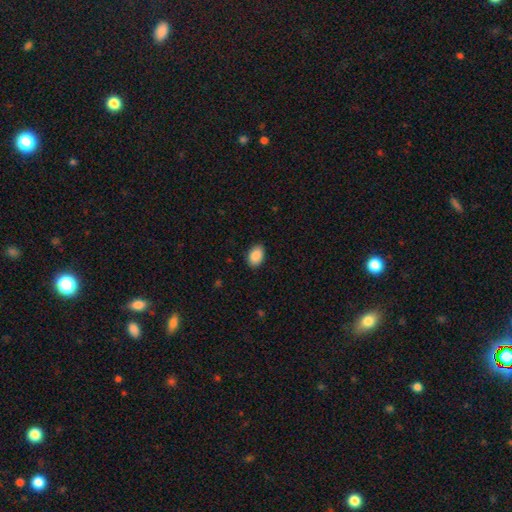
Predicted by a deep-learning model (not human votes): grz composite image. It shows a smooth galaxy with no disk features (89%) that is in between round and cigar-shaped (87%). Merging: none (87%).